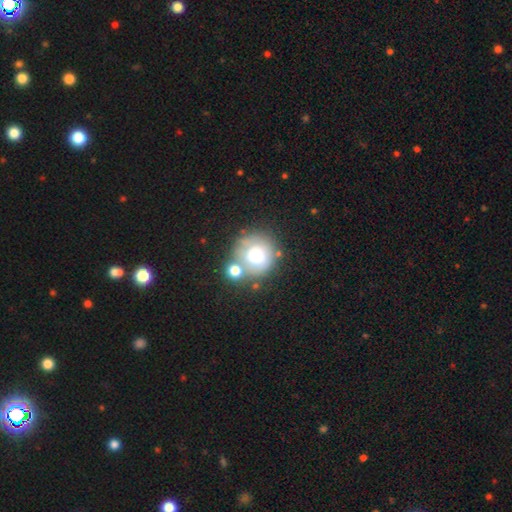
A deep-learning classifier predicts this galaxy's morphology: Smooth or featured? Predicted: smooth (p=0.64). How rounded? Predicted: round (p=0.85). Merging? Predicted: none (p=0.48).